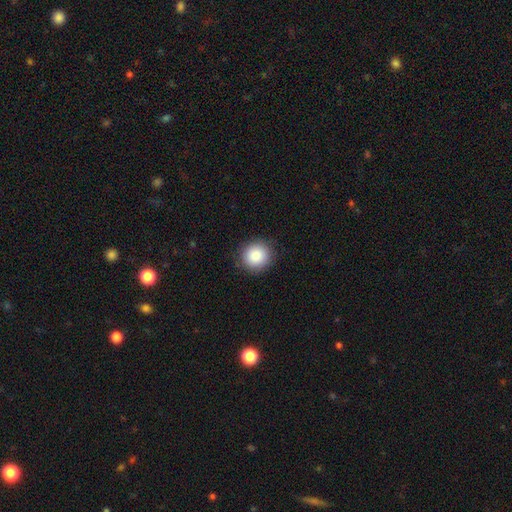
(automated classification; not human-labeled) Smooth or featured? smooth (87%)
How rounded? round (88%)
Merging? none (89%)